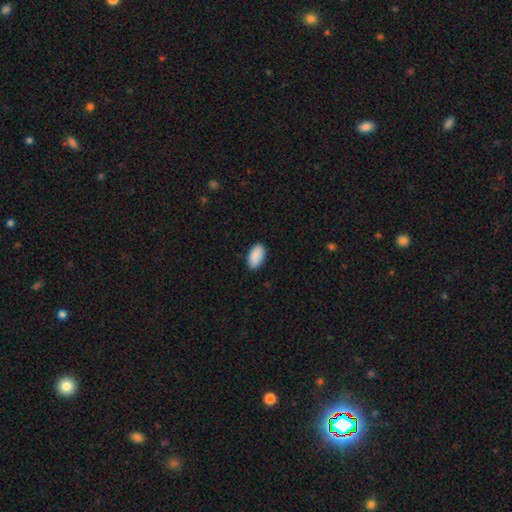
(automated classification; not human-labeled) Overall: smooth (91%). How rounded: in between (95%). Merging: none (87%).